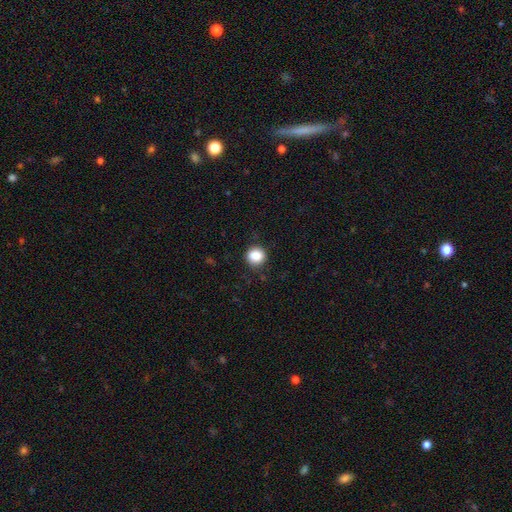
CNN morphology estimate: Smooth or featured? Predicted: smooth (p=0.87). How rounded? Predicted: round (p=0.86). Merging? Predicted: none (p=0.85).